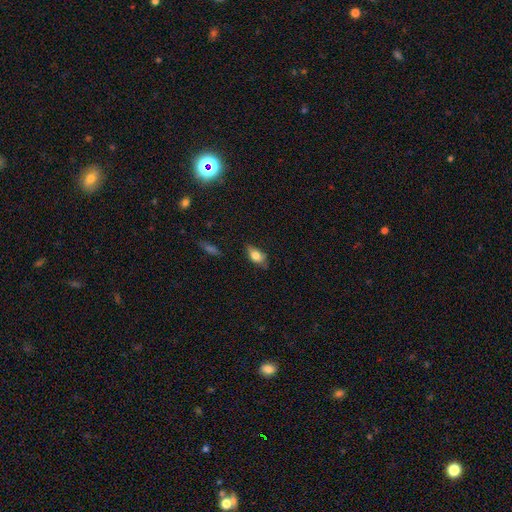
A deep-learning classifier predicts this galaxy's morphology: Smooth or featured? Predicted: smooth (p=0.74). How rounded? Predicted: in between (p=0.84). Merging? Predicted: none (p=0.64).